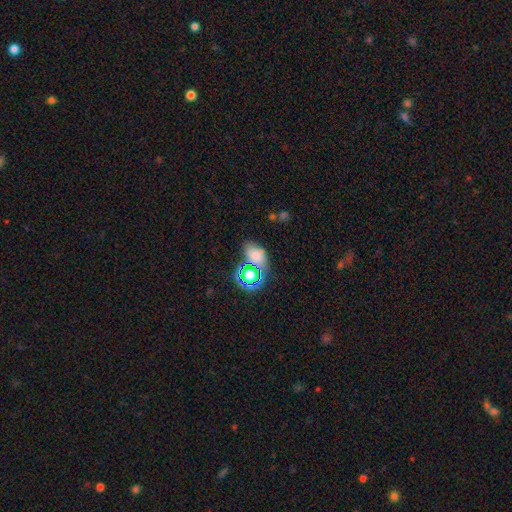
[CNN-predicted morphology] This is likely a smooth galaxy (63%). How rounded: likely in between (68%). Merging: likely none (63%).